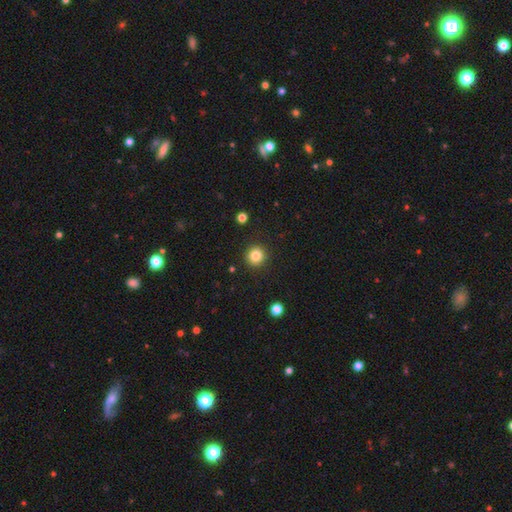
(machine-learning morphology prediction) smooth_or_featured: smooth (p=0.84) [alt: star or artifact p=0.11]
how_rounded: round (p=0.93) [alt: in between p=0.06]
merging: none (p=0.91) [alt: minor disturbance p=0.06]